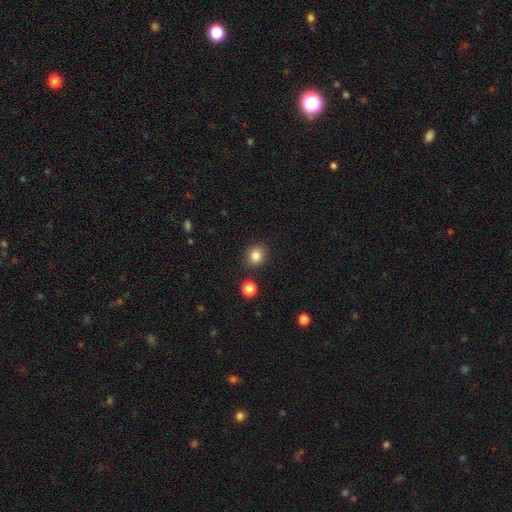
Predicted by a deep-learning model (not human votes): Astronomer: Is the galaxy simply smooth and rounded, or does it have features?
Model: smooth — 84%.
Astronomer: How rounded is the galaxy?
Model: round — 80%.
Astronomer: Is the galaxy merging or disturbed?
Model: none — 87%.